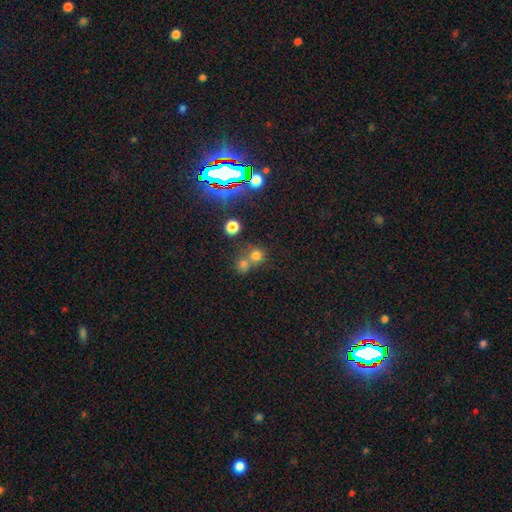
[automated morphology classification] Smooth or featured?
  - smooth: 69% *
  - star or artifact: 22%
  - featured or disk: 9%
How rounded?
  - round: 88% *
  - in between: 11%
  - cigar-shaped: 1%
Merging?
  - none: 50% *
  - merger: 40%
  - minor disturbance: 7%
  - major disturbance: 4%